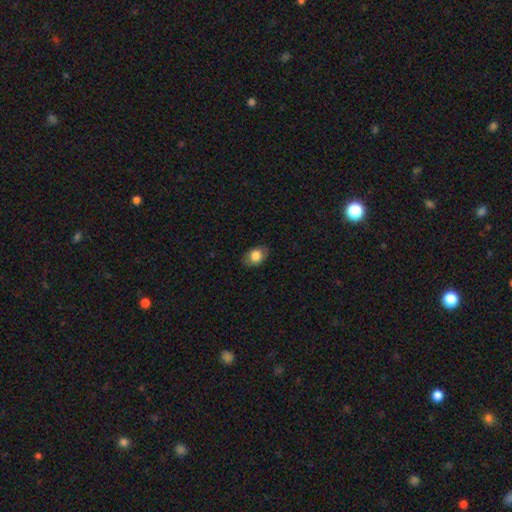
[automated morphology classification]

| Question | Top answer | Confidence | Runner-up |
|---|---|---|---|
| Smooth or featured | smooth | 82% | featured or disk (10%) |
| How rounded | in between | 75% | round (24%) |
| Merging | none | 83% | minor disturbance (13%) |